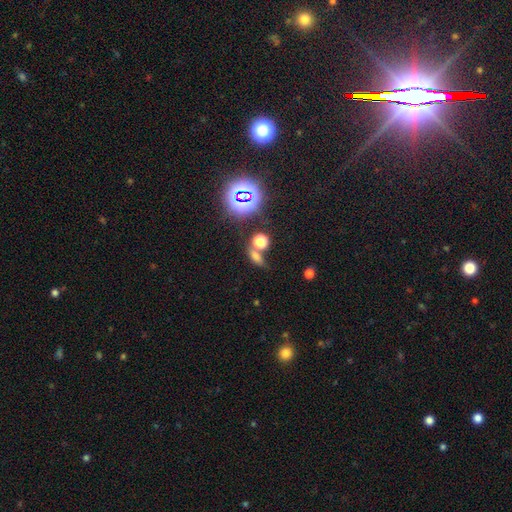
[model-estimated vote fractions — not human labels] Morphology: type=smooth (57%); roundness=in between (56%); merging=none (54%).